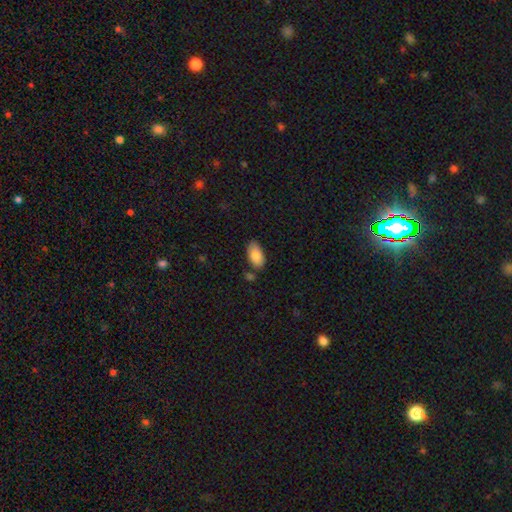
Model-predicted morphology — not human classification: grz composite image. It shows a smooth galaxy with no disk features (86%) that is in between round and cigar-shaped (95%). Merging: none (73%).